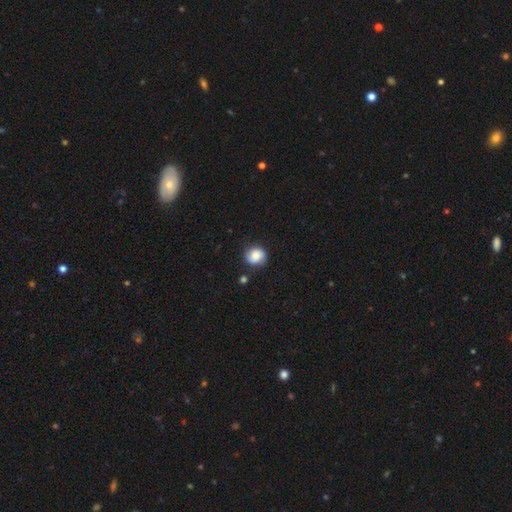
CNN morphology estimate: A smooth galaxy with no disk features (79%) that is round (81%). Merging: none (73%).